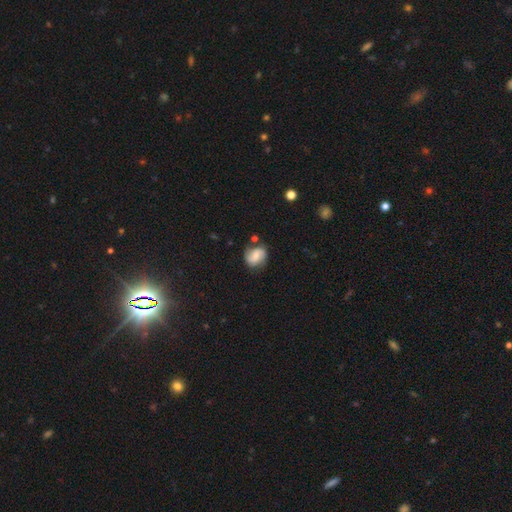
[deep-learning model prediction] Smooth or featured? featured or disk (51%)
Edge-on disk? no (97%)
Merging? none (70%)